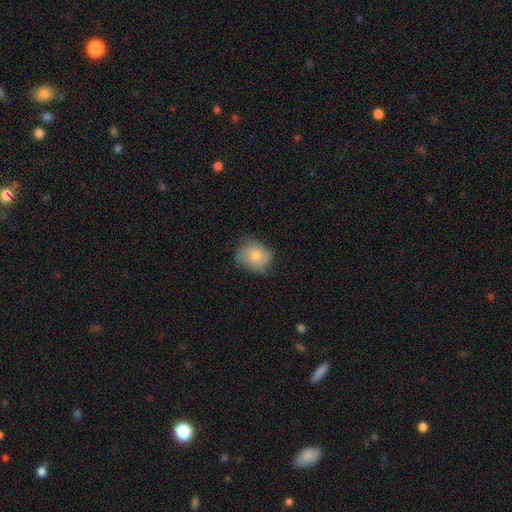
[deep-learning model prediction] This appears to be a smooth galaxy with no disk features (74%) that is round (62%). Merging: none (58%).